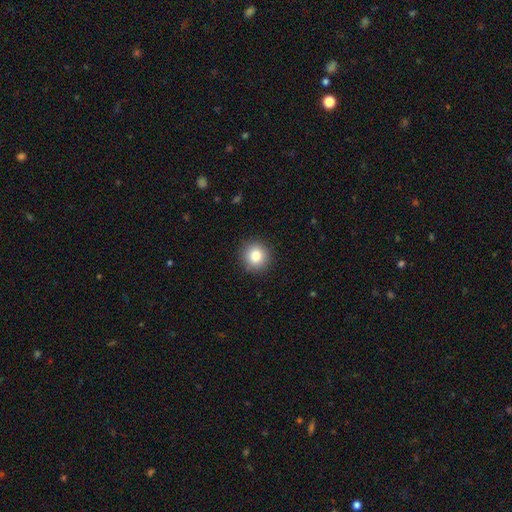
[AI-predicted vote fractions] A smooth galaxy with no disk features (83%) that is round (91%). Merging: none (91%).